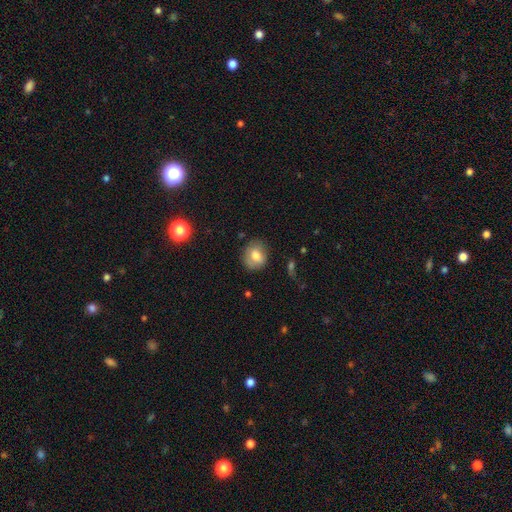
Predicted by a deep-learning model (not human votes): Smooth or featured: smooth — 75% (featured or disk — 16%)
How rounded: round — 66% (in between — 33%)
Merging: none — 73% (minor disturbance — 20%)